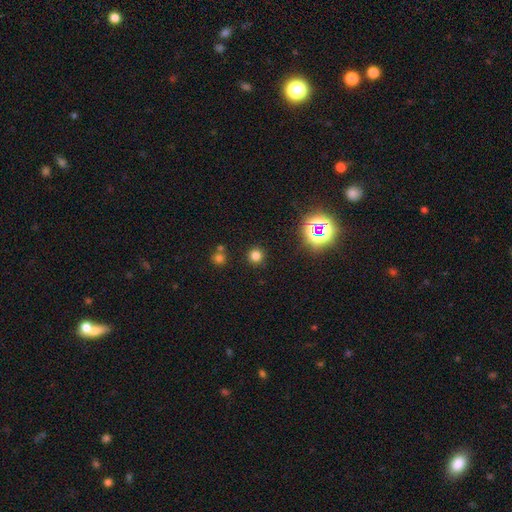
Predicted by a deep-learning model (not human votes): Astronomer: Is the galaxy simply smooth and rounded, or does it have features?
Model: smooth — 74%.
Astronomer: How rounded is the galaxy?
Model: round — 94%.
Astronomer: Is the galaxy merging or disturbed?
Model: none — 88%.